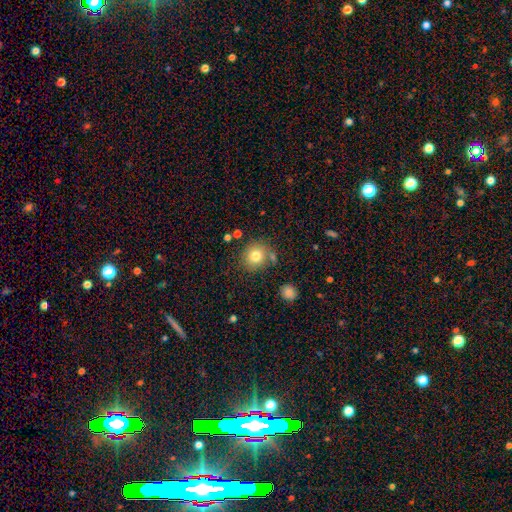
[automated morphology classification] A smooth galaxy with no disk features (78%) that is round (86%). Merging: none (76%).